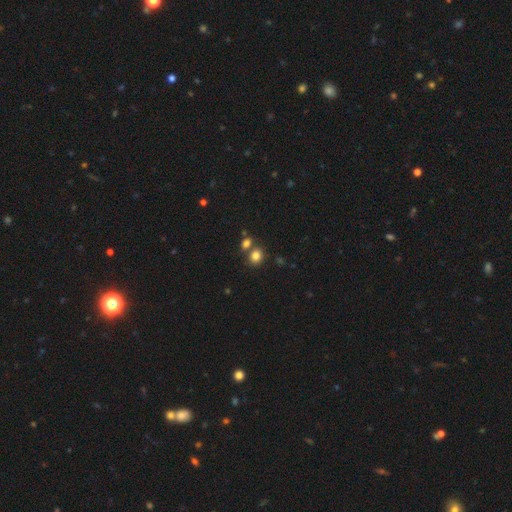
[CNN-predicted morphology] type=smooth (81%); roundness=round (63%); merging=none (60%).